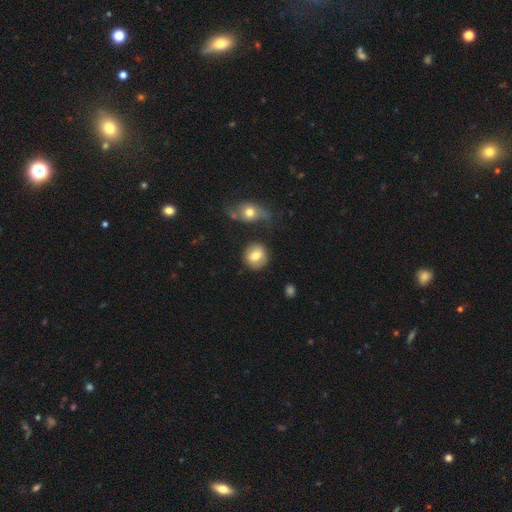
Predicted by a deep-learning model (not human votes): This appears to be a smooth galaxy with no disk features (73%) that is round (86%). Merging: none (77%).